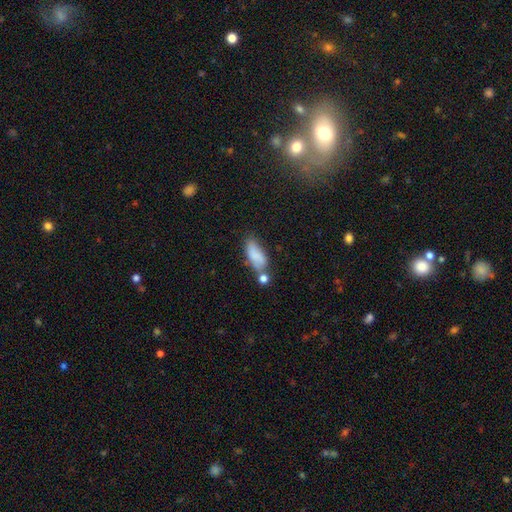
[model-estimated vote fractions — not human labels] smooth_or_featured: smooth (p=0.79) [alt: featured or disk p=0.12]
how_rounded: in between (p=0.78) [alt: cigar-shaped p=0.18]
merging: none (p=0.42) [alt: merger p=0.24]